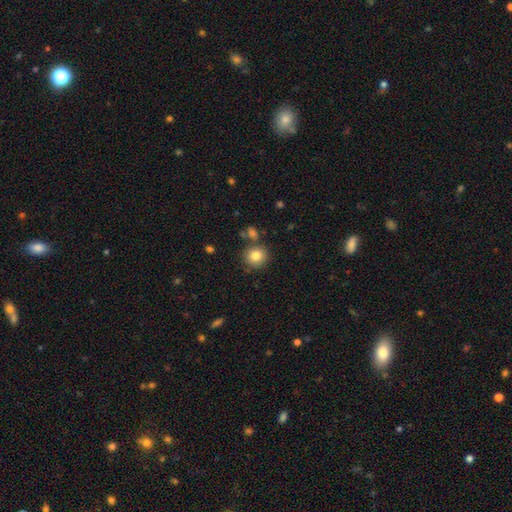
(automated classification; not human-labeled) smooth 83%, star or artifact 10%, featured or disk 7%. Down the decision tree: how rounded — round (86%); merging — none (78%).